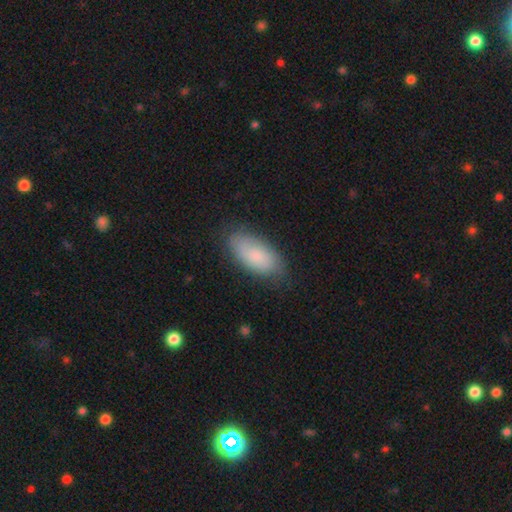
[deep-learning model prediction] This is likely a smooth galaxy (73%). How rounded: clearly in between (91%). Merging: likely none (76%).